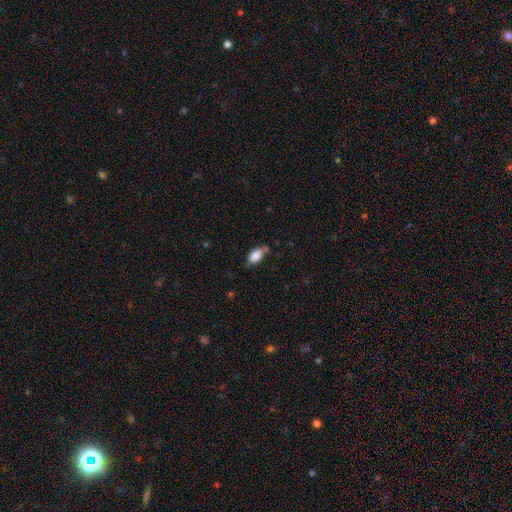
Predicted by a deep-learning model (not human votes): Smooth or featured? Predicted: smooth (p=0.81). How rounded? Predicted: in between (p=0.88). Merging? Predicted: none (p=0.50).